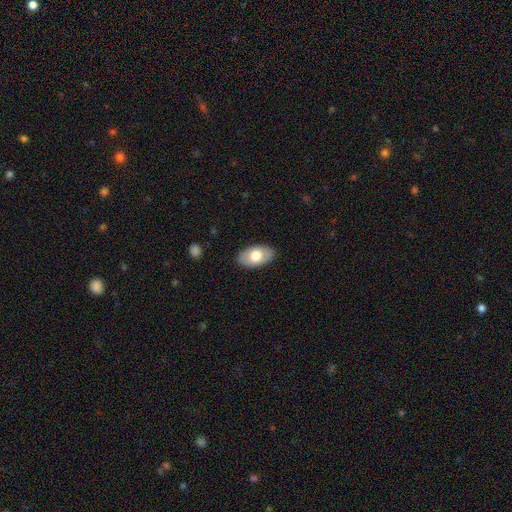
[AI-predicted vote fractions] Smooth or featured: smooth — 70% (featured or disk — 24%)
How rounded: in between — 94% (round — 4%)
Merging: none — 87% (minor disturbance — 10%)